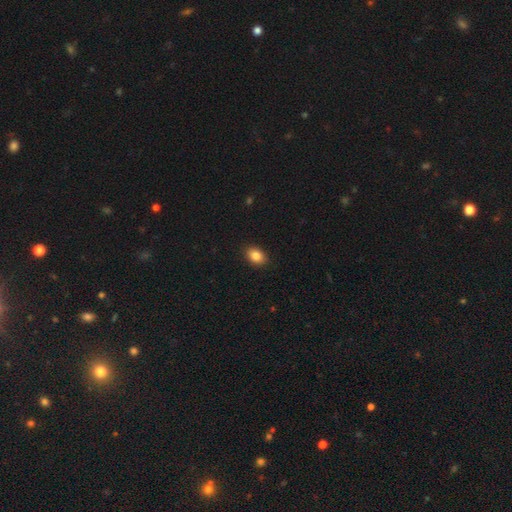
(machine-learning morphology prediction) The model was most divided on "how rounded": in between: 76%, round: 23%, cigar-shaped: 1%. More confident: merging — none (90%); smooth or featured — smooth (85%).